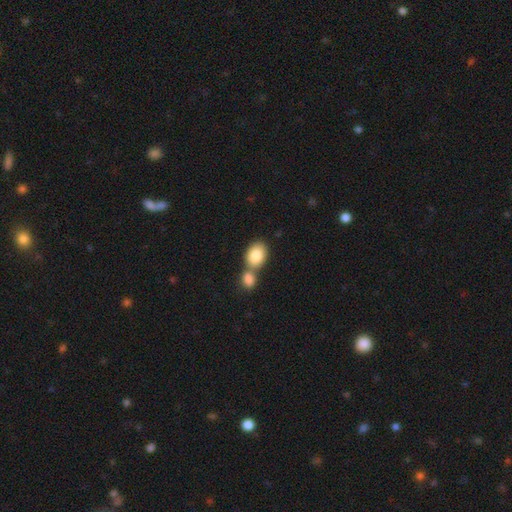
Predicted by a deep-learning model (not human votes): Overall: smooth (85%). How rounded: in between (78%). Merging: merger (52%; none 36%).